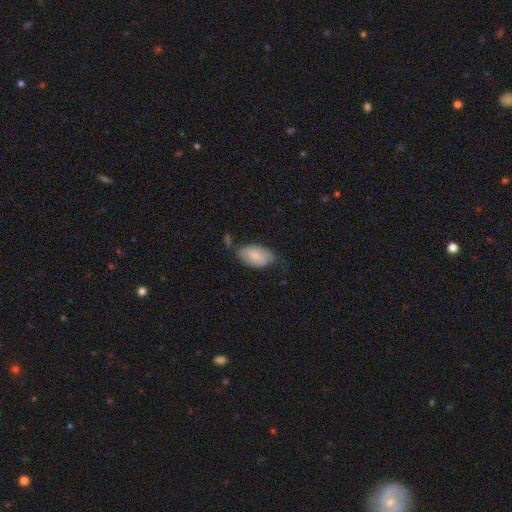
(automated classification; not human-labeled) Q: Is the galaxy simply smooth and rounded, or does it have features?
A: smooth — 74%.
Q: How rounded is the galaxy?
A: in between — 93%.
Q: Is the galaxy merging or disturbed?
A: none — 53%.